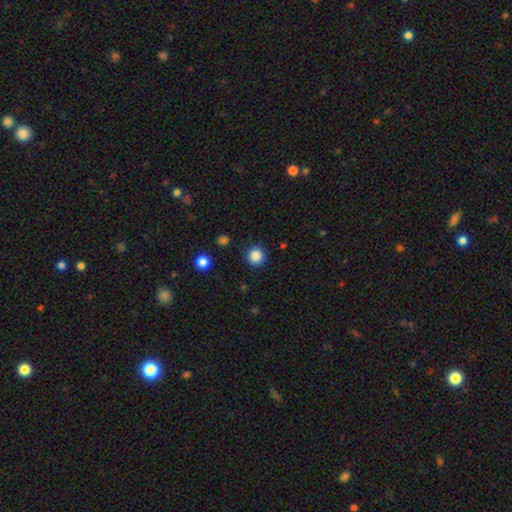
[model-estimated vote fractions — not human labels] smooth 87%, star or artifact 11%, featured or disk 3%. Down the decision tree: how rounded — round (94%); merging — none (90%).